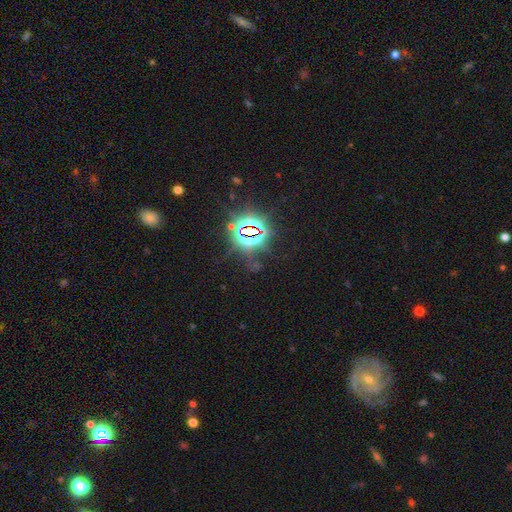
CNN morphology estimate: Q: Smooth or featured?
A: star or artifact (77%); runner-up: smooth (12%)